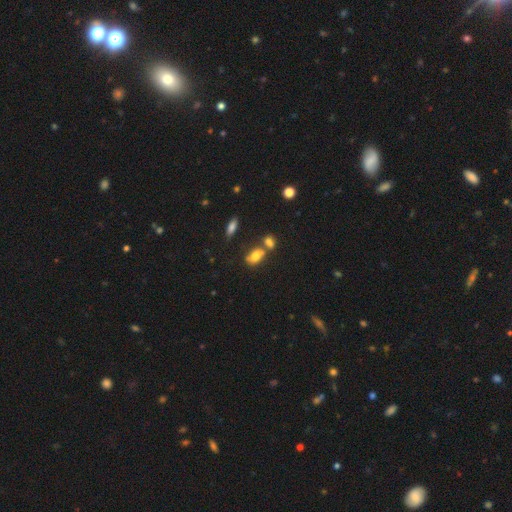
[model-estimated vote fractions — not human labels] Smooth or featured? Predicted: smooth (p=0.75). How rounded? Predicted: in between (p=0.84). Merging? Predicted: none (p=0.46).